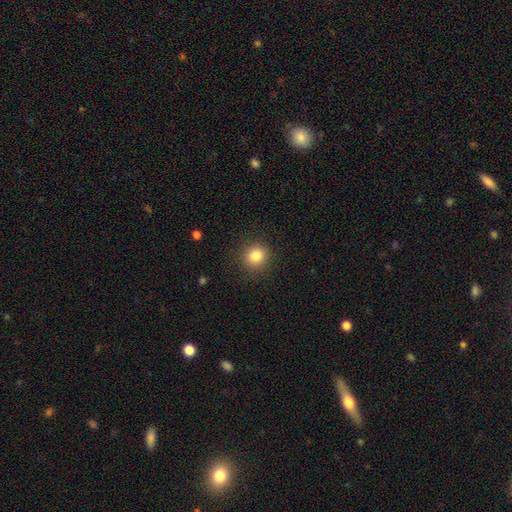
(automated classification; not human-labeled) Smooth or featured?
  - smooth: 83% *
  - star or artifact: 11%
  - featured or disk: 5%
How rounded?
  - round: 89% *
  - in between: 10%
  - cigar-shaped: 1%
Merging?
  - none: 89% *
  - minor disturbance: 7%
  - major disturbance: 3%
  - merger: 1%